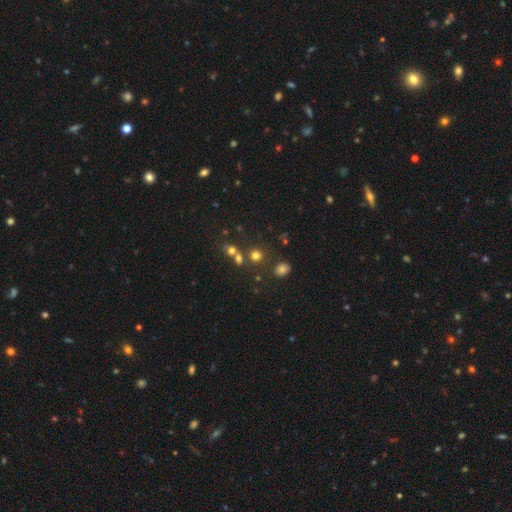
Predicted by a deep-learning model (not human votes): Smooth or featured: smooth — 70% (star or artifact — 21%)
How rounded: round — 83% (in between — 16%)
Merging: none — 63% (merger — 24%)